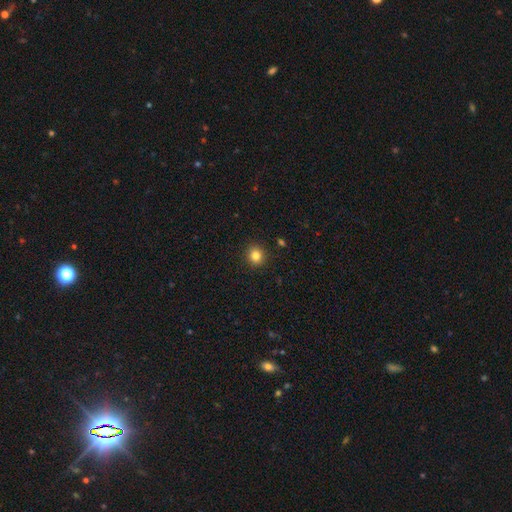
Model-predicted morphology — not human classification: This appears to be a smooth galaxy with no disk features (82%) that is round (88%). Merging: none (92%).